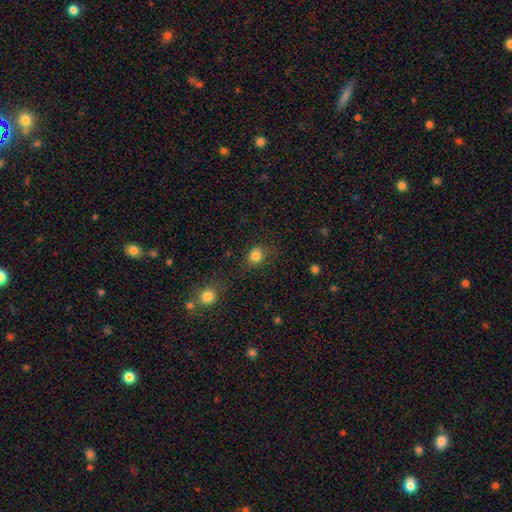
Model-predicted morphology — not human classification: Smooth or featured? Predicted: smooth (p=0.83). How rounded? Predicted: round (p=0.76). Merging? Predicted: none (p=0.77).